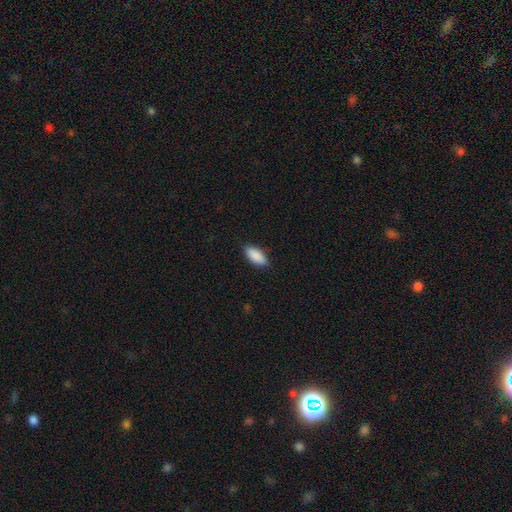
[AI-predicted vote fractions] Q: Smooth or featured?
A: smooth (90%); runner-up: star or artifact (6%)
Q: How rounded?
A: in between (86%); runner-up: cigar-shaped (12%)
Q: Merging?
A: none (87%); runner-up: minor disturbance (10%)